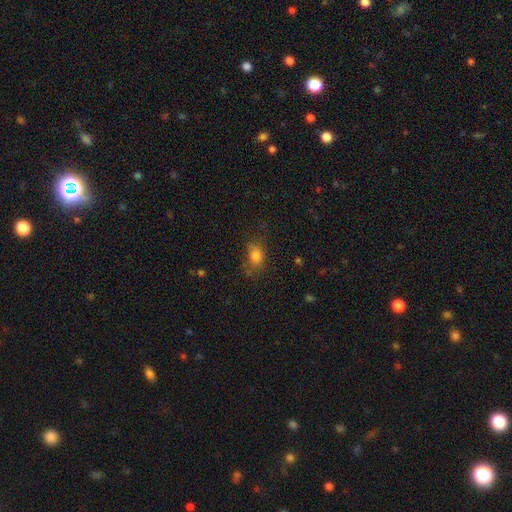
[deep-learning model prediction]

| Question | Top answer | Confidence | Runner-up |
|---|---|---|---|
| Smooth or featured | smooth | 76% | star or artifact (13%) |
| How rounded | in between | 62% | round (35%) |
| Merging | none | 58% | minor disturbance (25%) |